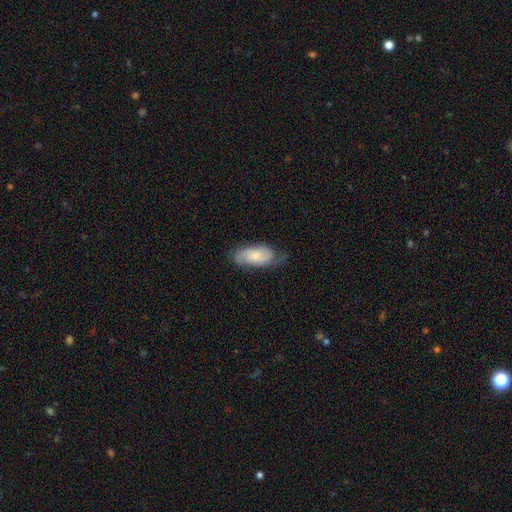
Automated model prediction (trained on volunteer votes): Q: Smooth or featured?
A: smooth (50%); runner-up: featured or disk (43%)
Q: How rounded?
A: in between (90%); runner-up: cigar-shaped (7%)
Q: Merging?
A: none (59%); runner-up: minor disturbance (30%)